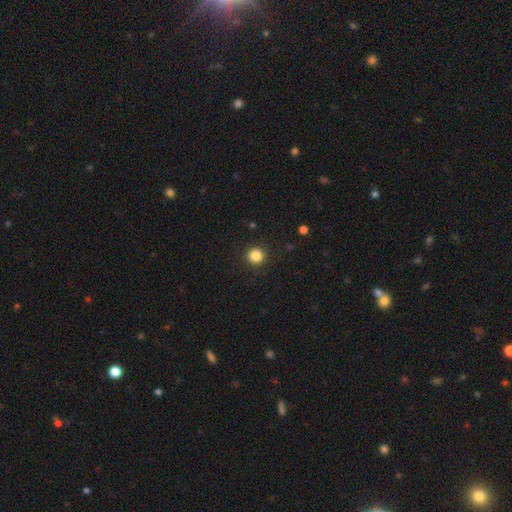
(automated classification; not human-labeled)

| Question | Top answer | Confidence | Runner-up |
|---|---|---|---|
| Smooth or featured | smooth | 85% | star or artifact (11%) |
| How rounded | round | 95% | in between (4%) |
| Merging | none | 91% | minor disturbance (6%) |